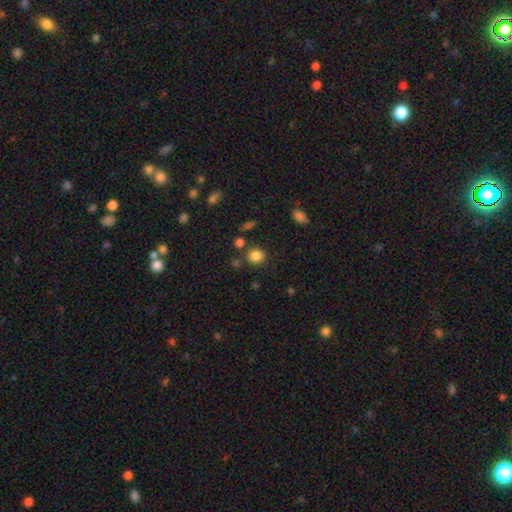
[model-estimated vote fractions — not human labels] Morphology: type=smooth (83%); roundness=round (83%); merging=none (79%).